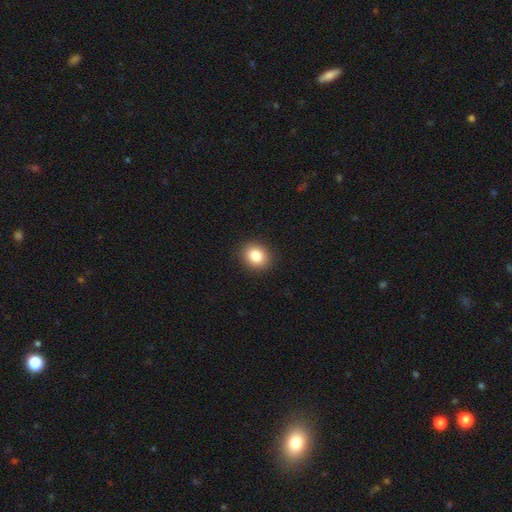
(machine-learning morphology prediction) A smooth galaxy with no disk features (84%) that is round (62%).

Vote fractions:
- Smooth or featured? smooth: 84% / star or artifact: 9% / featured or disk: 6%
- How rounded? round: 62% / in between: 37% / cigar-shaped: 1%
- Merging? none: 91% / minor disturbance: 6% / major disturbance: 2% / merger: 1%